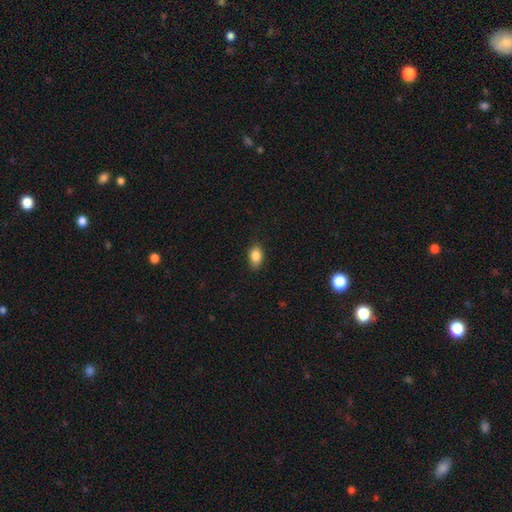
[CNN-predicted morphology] A smooth galaxy with no disk features (86%) that is in between round and cigar-shaped (85%). Merging: none (85%).